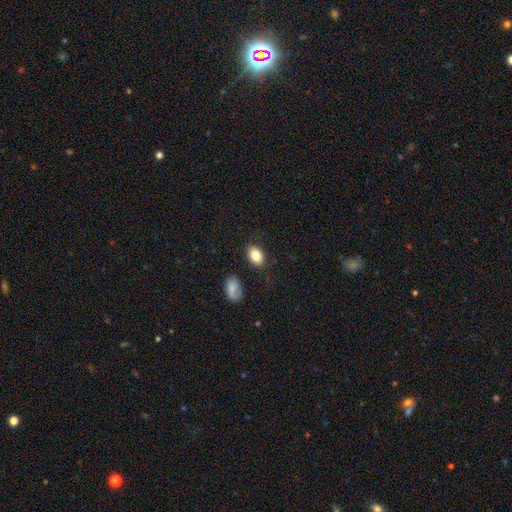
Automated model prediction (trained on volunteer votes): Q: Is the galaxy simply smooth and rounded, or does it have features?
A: smooth — 83%.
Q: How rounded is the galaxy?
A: in between — 83%.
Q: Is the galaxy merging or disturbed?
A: none — 82%.